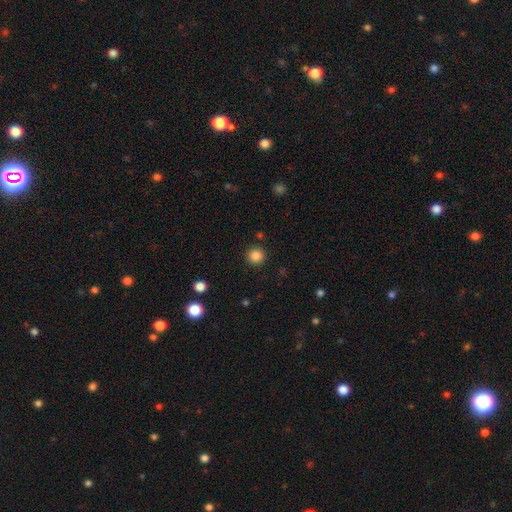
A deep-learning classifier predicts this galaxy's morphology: smooth-or-featured: smooth: 86% | star or artifact: 11% | featured or disk: 4%
  how-rounded: round: 95% | in between: 4% | cigar-shaped: 1%
  merging: none: 91% | minor disturbance: 5% | major disturbance: 2% | merger: 1%